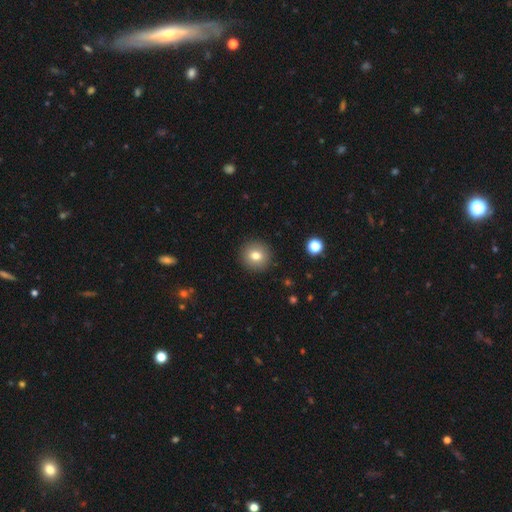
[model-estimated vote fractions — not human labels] smooth-or-featured: smooth: 78% | featured or disk: 12% | star or artifact: 11%
  how-rounded: round: 92% | in between: 7% | cigar-shaped: 1%
  merging: none: 91% | minor disturbance: 6% | major disturbance: 2% | merger: 1%